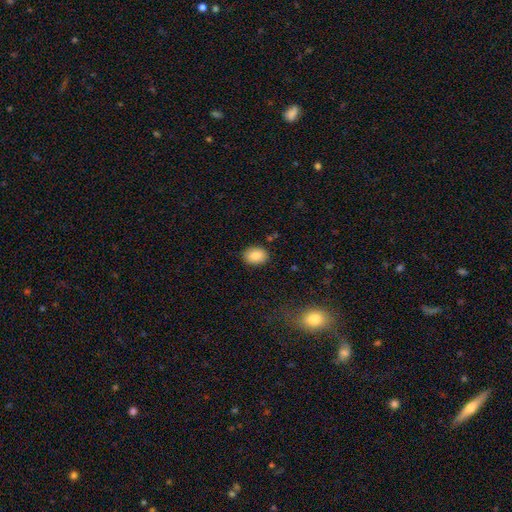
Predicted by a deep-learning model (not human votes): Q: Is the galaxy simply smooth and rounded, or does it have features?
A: smooth — 86%.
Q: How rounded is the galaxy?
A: in between — 73%.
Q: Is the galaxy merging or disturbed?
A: none — 87%.